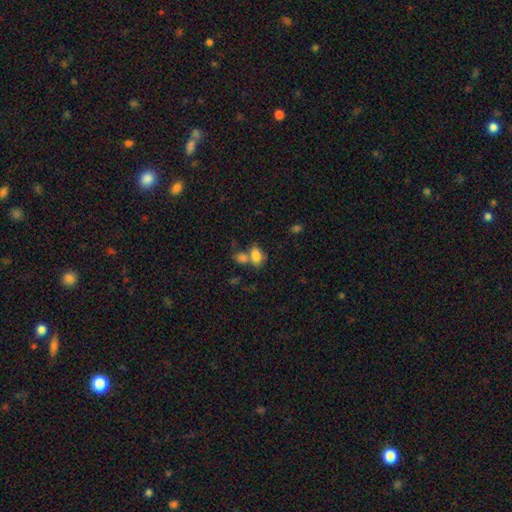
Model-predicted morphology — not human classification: This is likely a smooth galaxy (79%). How rounded: clearly in between (85%). Merging: marginally merger (44%).